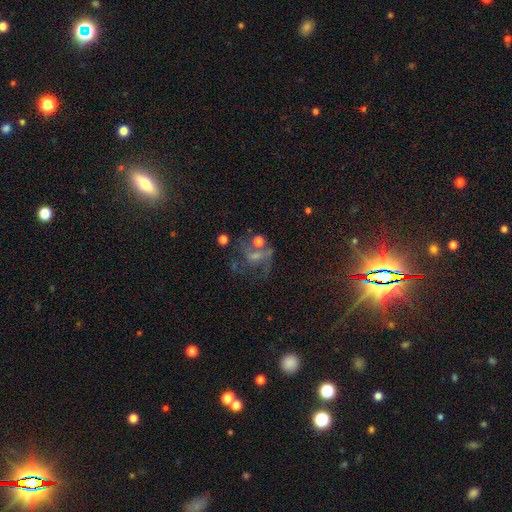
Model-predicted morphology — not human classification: Overall: featured or disk (47%; star or artifact 32%). Merging: none (41%; major disturbance 29%).